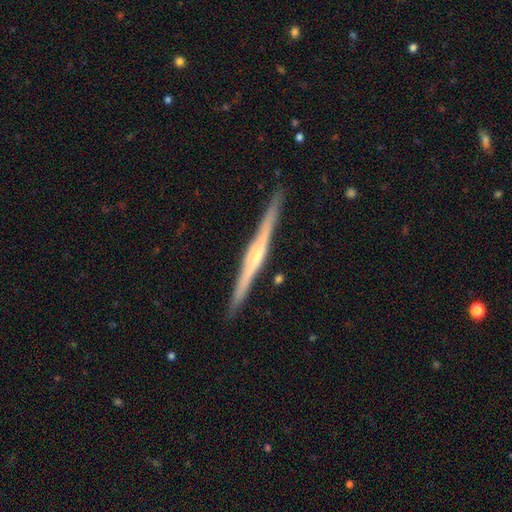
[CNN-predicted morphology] This is clearly a featured or disk galaxy (82%). It is clearly viewed edge-on (98%). Edge-on bulge: likely rounded (65%). Merging: clearly none (91%).